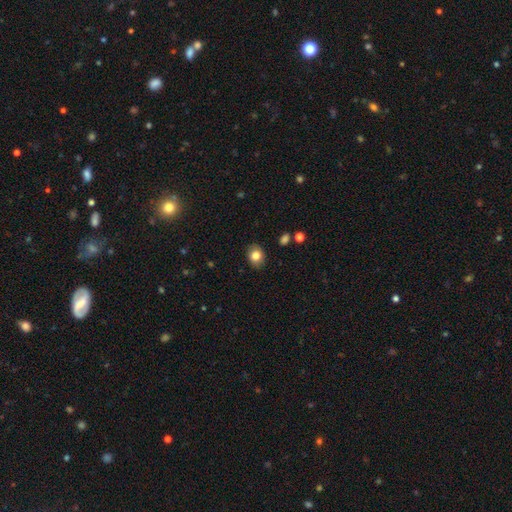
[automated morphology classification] smooth_or_featured: smooth (p=0.82) [alt: star or artifact p=0.09]
how_rounded: round (p=0.52) [alt: in between p=0.47]
merging: none (p=0.87) [alt: minor disturbance p=0.10]